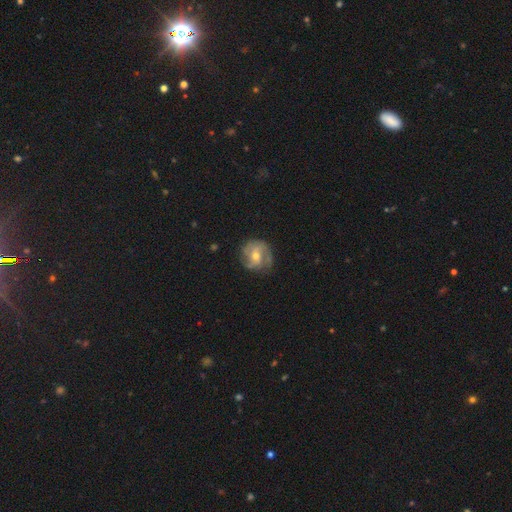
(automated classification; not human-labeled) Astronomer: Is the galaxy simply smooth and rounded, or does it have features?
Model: featured or disk — 71%.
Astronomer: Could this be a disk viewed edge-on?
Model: no — 97%.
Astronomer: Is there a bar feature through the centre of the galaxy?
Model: no — 55% (runner-up: weak, 36%).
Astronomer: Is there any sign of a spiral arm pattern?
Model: yes — 87%.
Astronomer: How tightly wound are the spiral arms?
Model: tight — 44% (runner-up: medium, 40%).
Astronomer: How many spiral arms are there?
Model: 2 — 33% (runner-up: can't tell, 28%).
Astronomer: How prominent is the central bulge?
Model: moderate — 58% (runner-up: small, 38%).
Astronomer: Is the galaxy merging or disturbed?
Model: none — 68%.